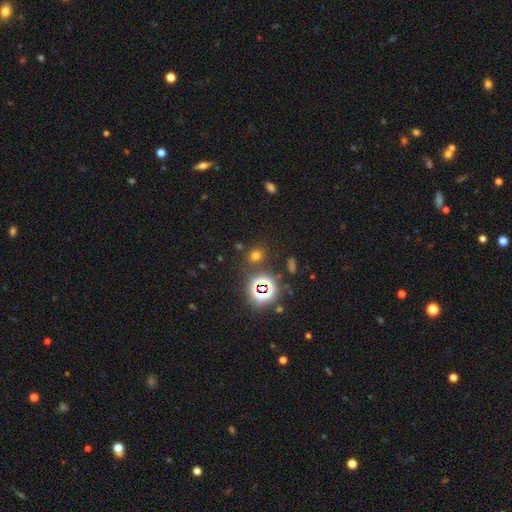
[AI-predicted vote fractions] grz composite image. It shows a smooth galaxy with no disk features (57%) that is round (76%). Merging: none (81%).